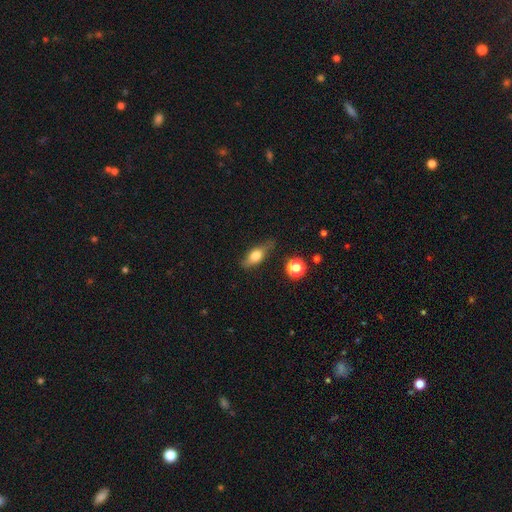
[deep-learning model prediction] A smooth galaxy with no disk features (63%) that is in between round and cigar-shaped (69%).

Vote fractions:
- Smooth or featured? smooth: 63% / featured or disk: 29% / star or artifact: 8%
- How rounded? in between: 69% / cigar-shaped: 22% / round: 9%
- Merging? none: 70% / minor disturbance: 22% / major disturbance: 6% / merger: 3%